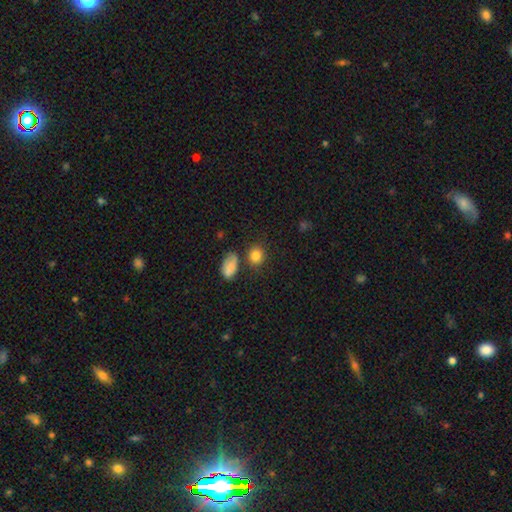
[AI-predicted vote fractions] The model was most divided on "how rounded": round: 69%, in between: 29%, cigar-shaped: 1%. More confident: smooth or featured — smooth (84%); merging — none (72%).